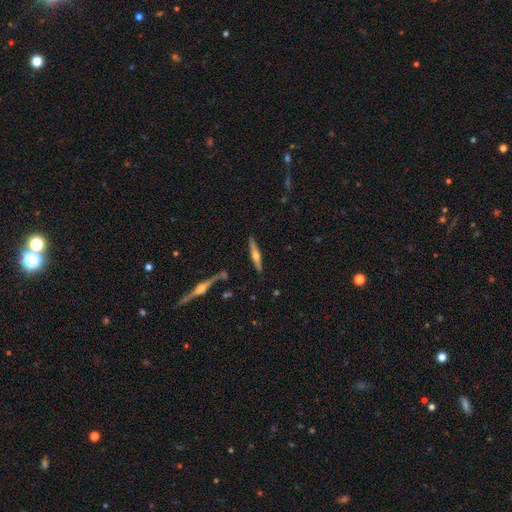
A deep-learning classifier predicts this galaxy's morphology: This appears to be a featured or disk galaxy (66%) viewed edge-on (97%) with a rounded central bulge (91%). Merging: none (84%).